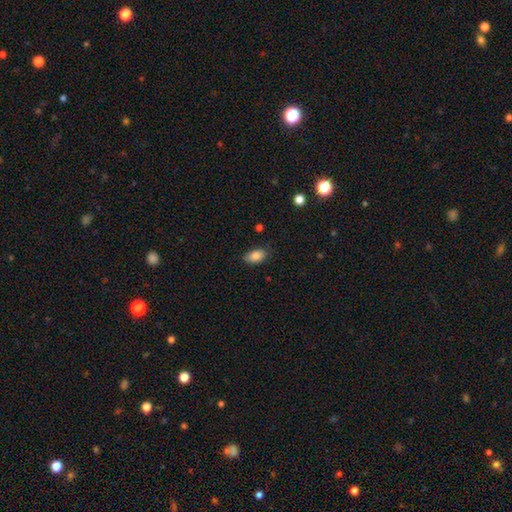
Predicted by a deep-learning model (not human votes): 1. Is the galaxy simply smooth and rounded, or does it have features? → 86% smooth, 8% star or artifact, 6% featured or disk.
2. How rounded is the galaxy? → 91% in between, 6% round, 2% cigar-shaped.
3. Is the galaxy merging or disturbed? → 75% none, 20% minor disturbance, 4% major disturbance, 1% merger.